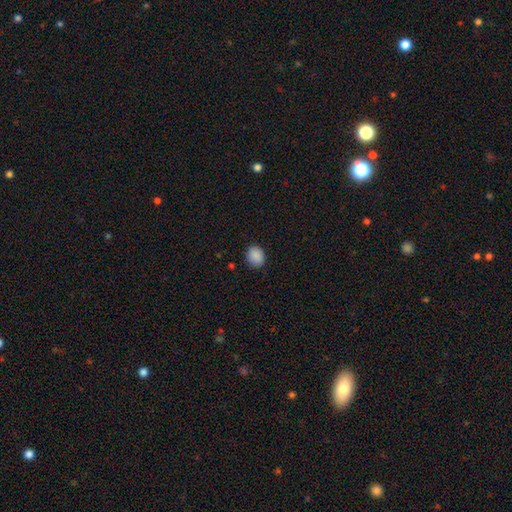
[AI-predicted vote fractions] Smooth or featured: smooth — 89% (star or artifact — 8%)
How rounded: round — 58% (in between — 41%)
Merging: none — 86% (minor disturbance — 10%)